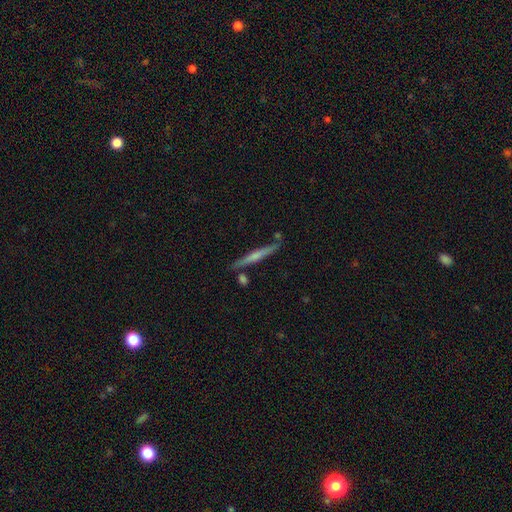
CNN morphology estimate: smooth_or_featured: featured or disk (p=0.57) [alt: smooth p=0.37]
disk_edge_on: yes (p=0.97) [alt: no p=0.03]
edge_on_bulge: rounded (p=0.53) [alt: none p=0.37]
merging: none (p=0.82) [alt: minor disturbance p=0.10]